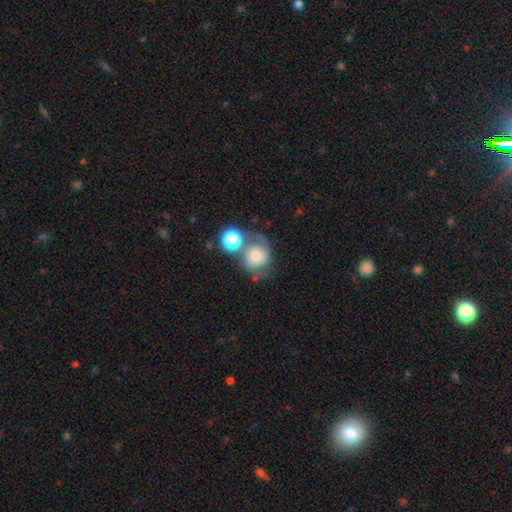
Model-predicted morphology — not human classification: smooth_or_featured: smooth (p=0.48) [alt: featured or disk p=0.42]
merging: none (p=0.37) [alt: merger p=0.28]